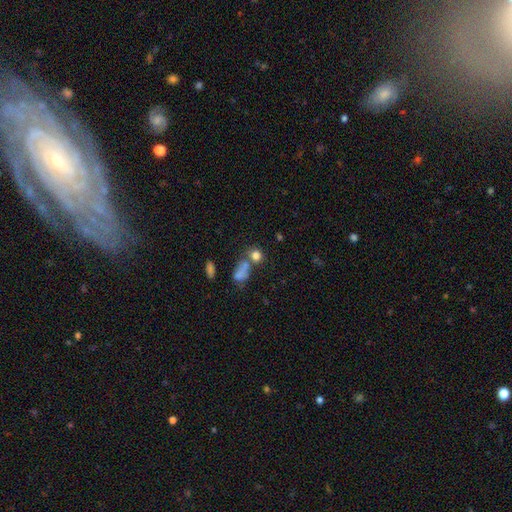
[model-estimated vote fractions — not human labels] The model was most divided on "merging": none: 48%, merger: 34%, minor disturbance: 11%, major disturbance: 7%. More confident: smooth or featured — smooth (78%); how rounded — round (72%).